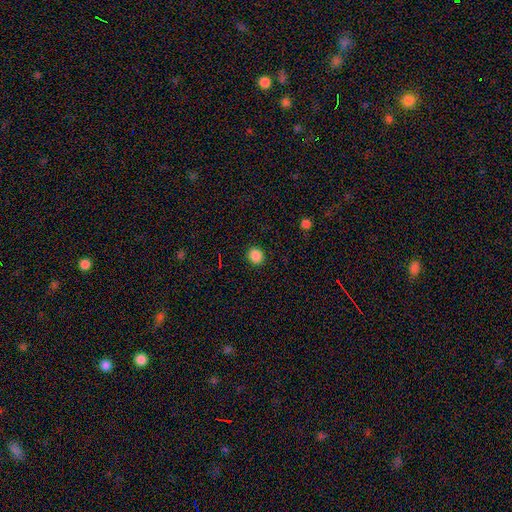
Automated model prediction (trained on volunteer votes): Morphology: type=smooth (86%); roundness=round (88%); merging=none (92%).